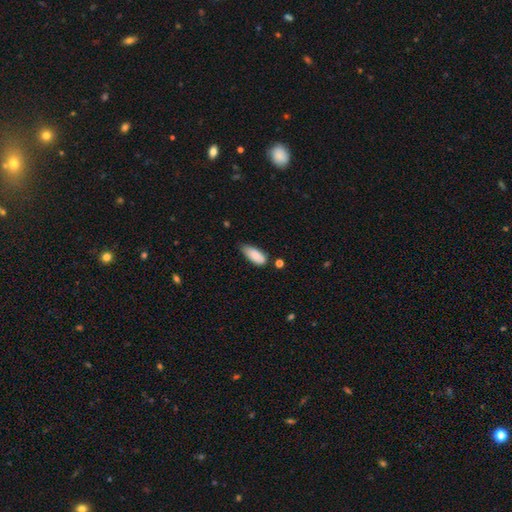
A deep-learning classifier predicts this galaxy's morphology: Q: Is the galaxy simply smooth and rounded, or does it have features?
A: smooth — 87%.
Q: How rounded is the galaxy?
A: in between — 82%.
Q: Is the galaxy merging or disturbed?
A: none — 50%.